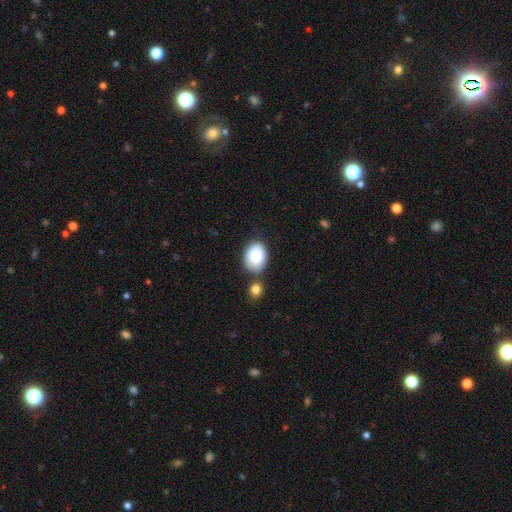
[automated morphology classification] smooth-or-featured: smooth: 88% | star or artifact: 7% | featured or disk: 6%
  how-rounded: in between: 75% | round: 24% | cigar-shaped: 1%
  merging: none: 61% | minor disturbance: 18% | merger: 17% | major disturbance: 5%